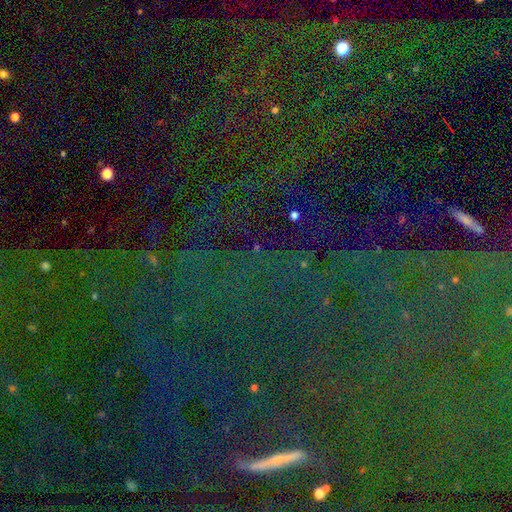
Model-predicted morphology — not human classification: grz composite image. It shows a star or artifact, not a galaxy (85%).